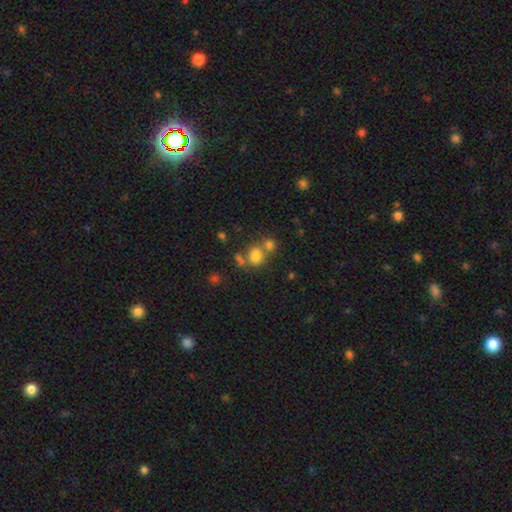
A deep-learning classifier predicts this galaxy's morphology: Q: Smooth or featured?
A: smooth (66%); runner-up: star or artifact (19%)
Q: How rounded?
A: round (57%); runner-up: in between (41%)
Q: Merging?
A: merger (46%); runner-up: none (38%)